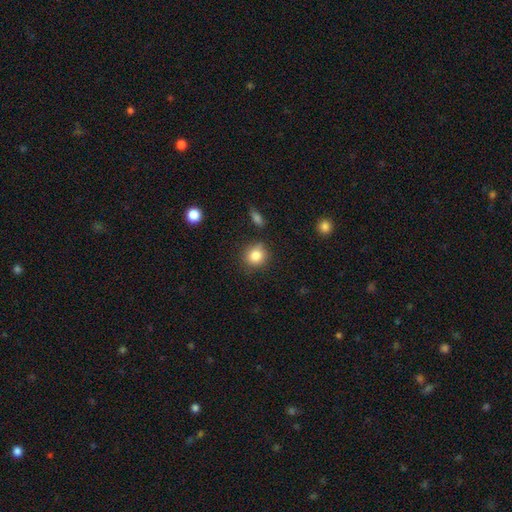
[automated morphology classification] smooth-or-featured: smooth: 84% | star or artifact: 10% | featured or disk: 6%
  how-rounded: round: 84% | in between: 14% | cigar-shaped: 1%
  merging: none: 81% | minor disturbance: 12% | merger: 3% | major disturbance: 3%